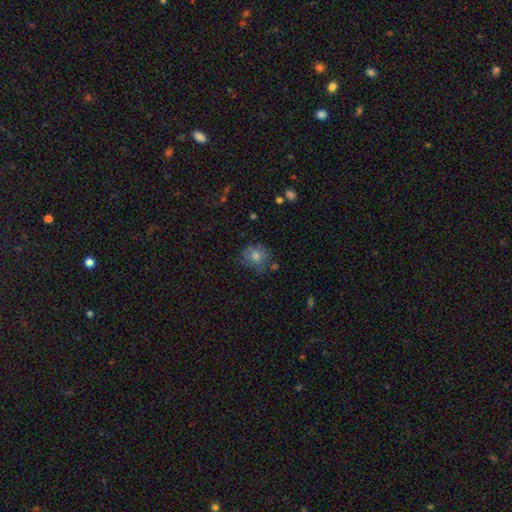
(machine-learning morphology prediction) Q: Smooth or featured?
A: smooth (68%); runner-up: featured or disk (19%)
Q: How rounded?
A: round (76%); runner-up: in between (23%)
Q: Merging?
A: none (62%); runner-up: minor disturbance (25%)